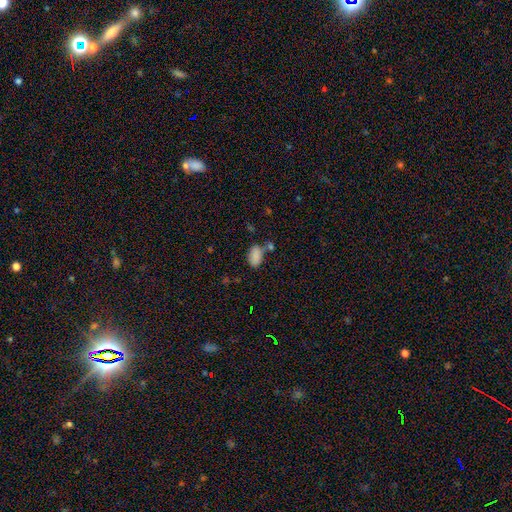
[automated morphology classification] This is clearly a smooth galaxy (85%). How rounded: clearly in between (92%). Merging: possibly none (58%).